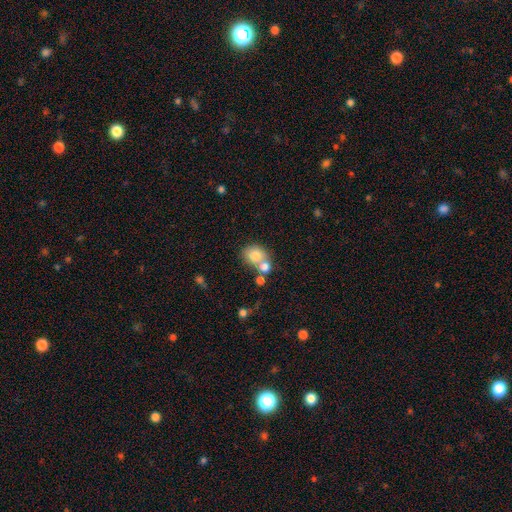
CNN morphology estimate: Overall: smooth (76%). How rounded: round (66%; in between 33%). Merging: merger (44%; none 42%).